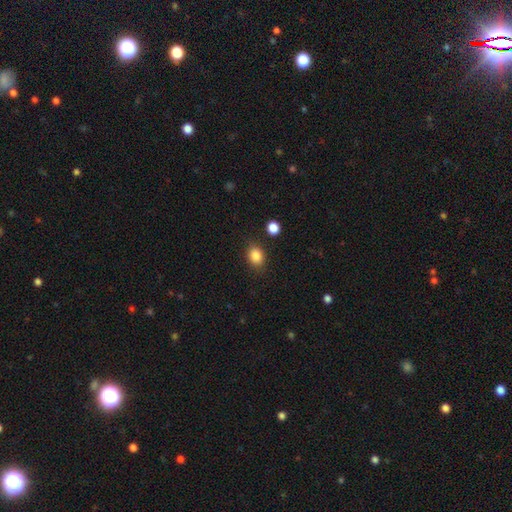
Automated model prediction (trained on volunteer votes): Smooth or featured? smooth (85%)
How rounded? in between (55%)
Merging? none (83%)